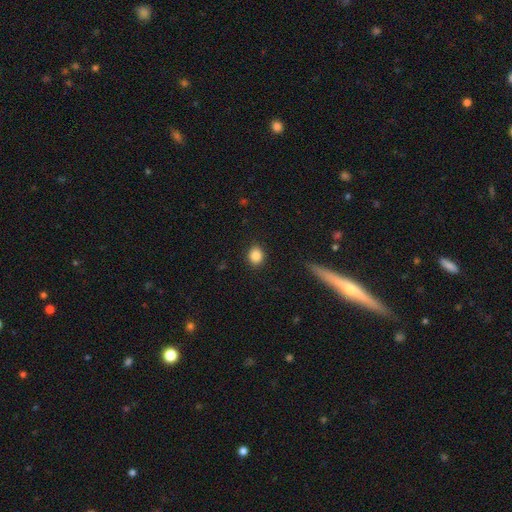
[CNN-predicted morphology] Smooth or featured? smooth (87%)
How rounded? round (69%)
Merging? none (89%)